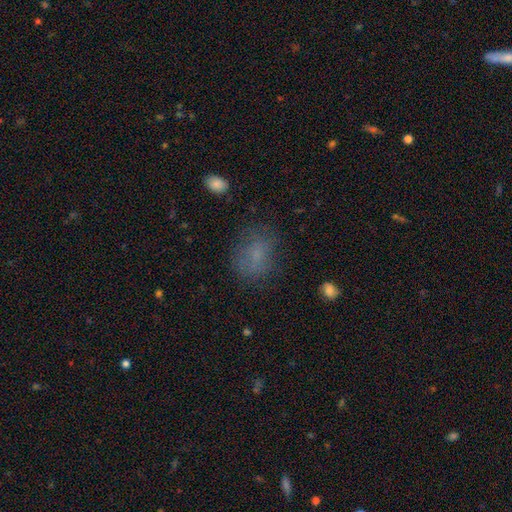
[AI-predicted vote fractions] Morphology: type=smooth (69%); roundness=in between (62%); merging=none (66%).